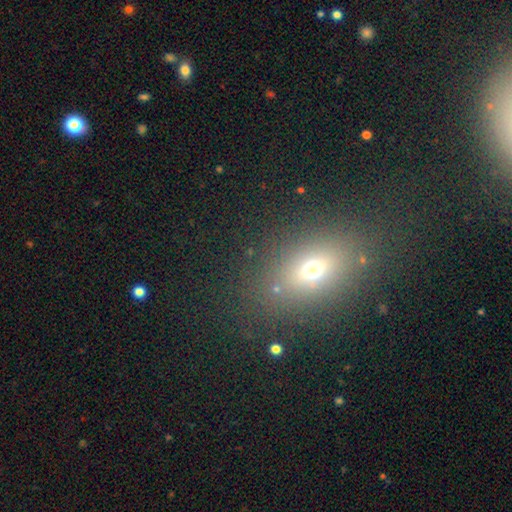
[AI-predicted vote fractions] smooth_or_featured: smooth (p=0.55) [alt: star or artifact p=0.31]
how_rounded: in between (p=0.68) [alt: round p=0.26]
merging: none (p=0.83) [alt: minor disturbance p=0.09]